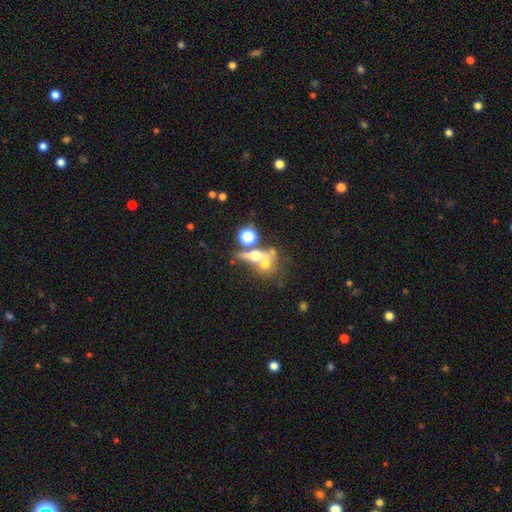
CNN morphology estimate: This is possibly a smooth galaxy (49%). Merging: possibly merger (53%).